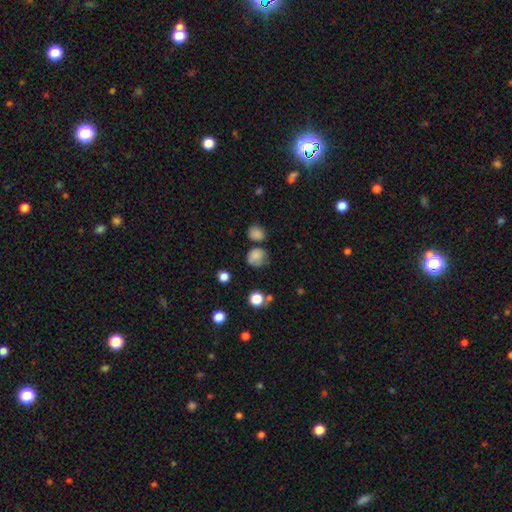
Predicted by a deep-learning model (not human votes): The model was most divided on "merging": none: 57%, minor disturbance: 23%, merger: 11%, major disturbance: 10%. More confident: smooth or featured — smooth (78%); how rounded — round (71%).